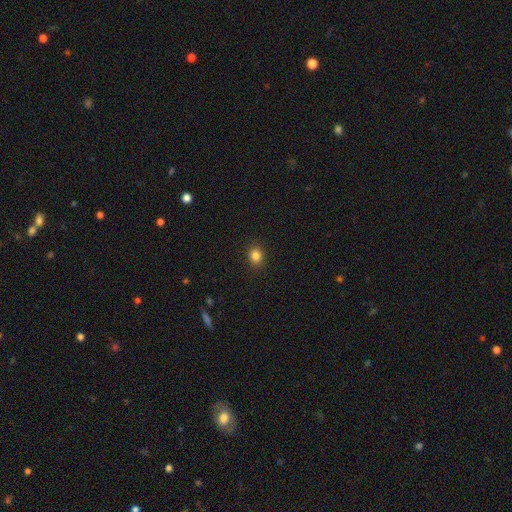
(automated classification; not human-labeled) Smooth or featured? Predicted: smooth (p=0.84). How rounded? Predicted: round (p=0.61). Merging? Predicted: none (p=0.90).